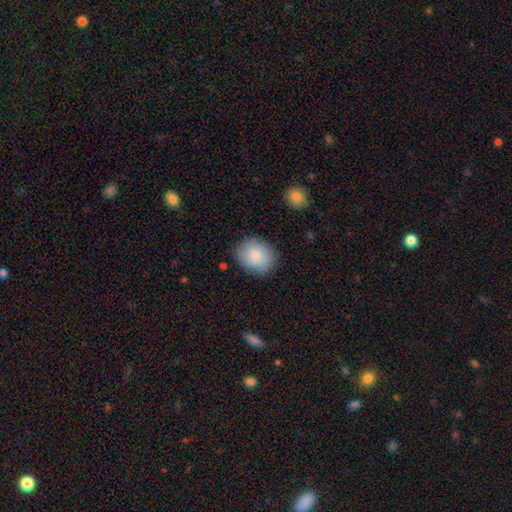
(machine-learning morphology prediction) Smooth or featured? Predicted: smooth (p=0.85). How rounded? Predicted: round (p=0.51). Merging? Predicted: none (p=0.83).